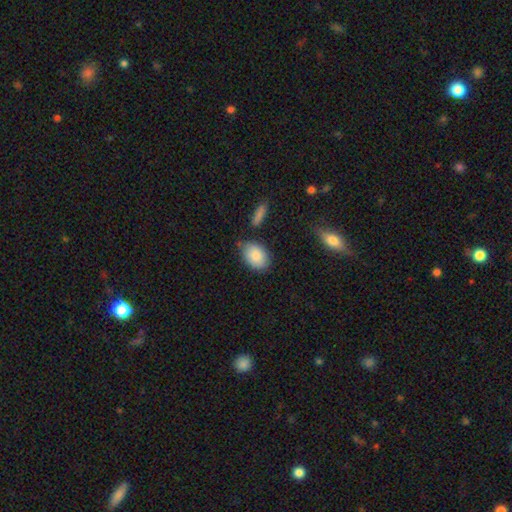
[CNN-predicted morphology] Smooth or featured: smooth — 87% (star or artifact — 6%)
How rounded: in between — 82% (round — 17%)
Merging: none — 75% (minor disturbance — 16%)